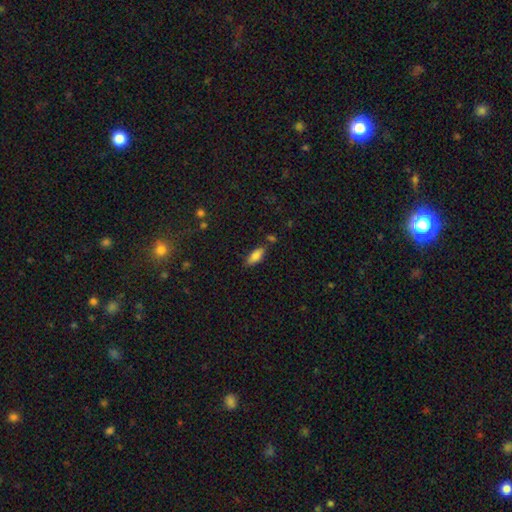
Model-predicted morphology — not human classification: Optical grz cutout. It shows a smooth galaxy with no disk features (82%) that is in between round and cigar-shaped (79%). Merging: none (76%).